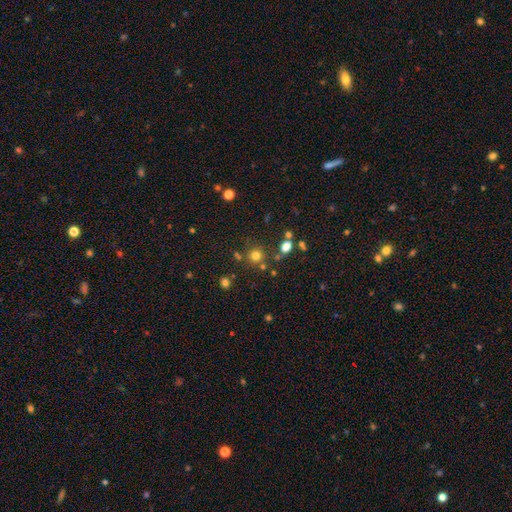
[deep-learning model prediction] Smooth or featured? smooth (73%)
How rounded? round (90%)
Merging? none (75%)